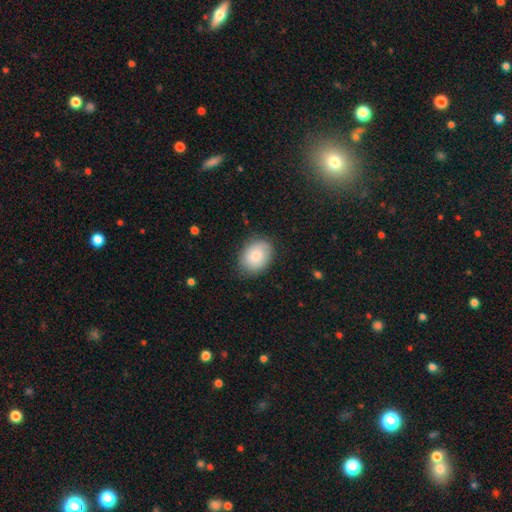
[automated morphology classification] type=smooth (81%); roundness=in between (69%); merging=none (80%).